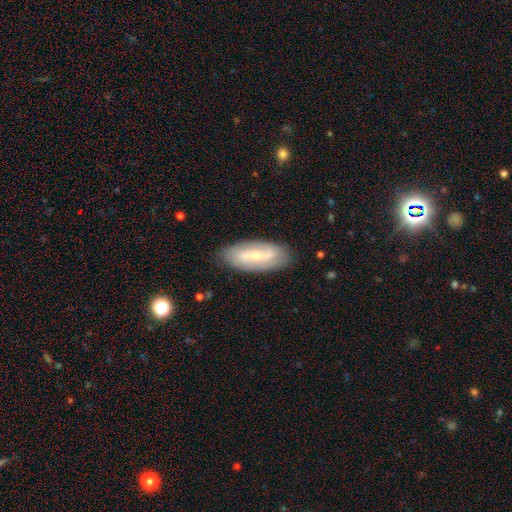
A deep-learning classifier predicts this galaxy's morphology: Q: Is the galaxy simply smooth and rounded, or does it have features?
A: featured or disk — 65%.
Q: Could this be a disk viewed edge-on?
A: no — 89%.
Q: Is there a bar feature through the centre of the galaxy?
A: weak — 41%.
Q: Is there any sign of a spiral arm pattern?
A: yes — 77%.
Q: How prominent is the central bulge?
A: small — 65%.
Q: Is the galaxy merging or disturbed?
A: none — 85%.